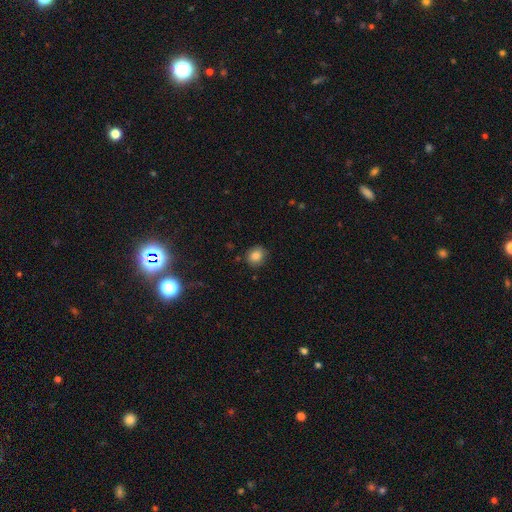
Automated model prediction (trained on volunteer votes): Smooth or featured? smooth (84%)
How rounded? round (75%)
Merging? none (85%)